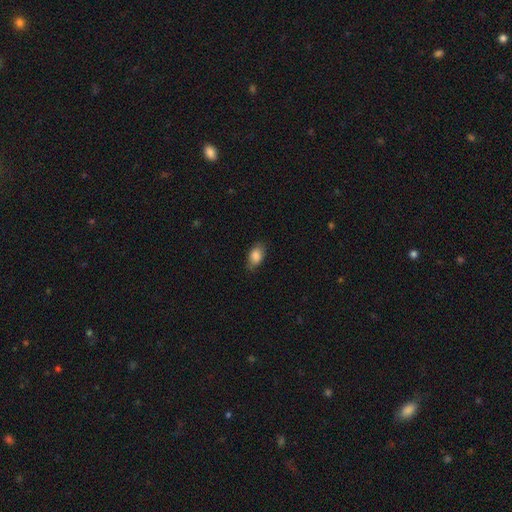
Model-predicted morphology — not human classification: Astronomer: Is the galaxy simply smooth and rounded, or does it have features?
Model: smooth — 85%.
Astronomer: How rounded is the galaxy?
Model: in between — 89%.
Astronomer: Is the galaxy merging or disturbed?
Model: none — 79%.